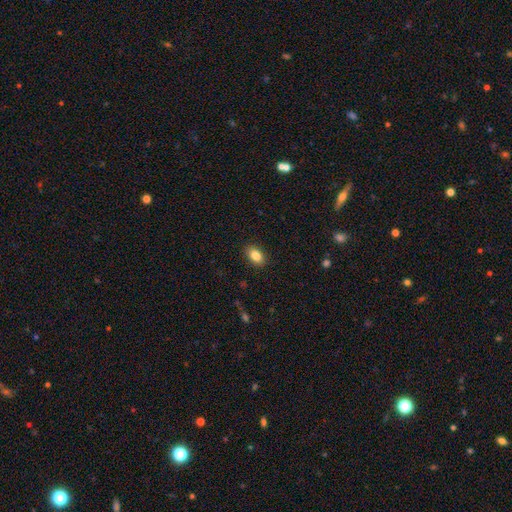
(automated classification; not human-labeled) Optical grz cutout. It shows a smooth galaxy with no disk features (85%) that is in between round and cigar-shaped (88%). Merging: none (88%).